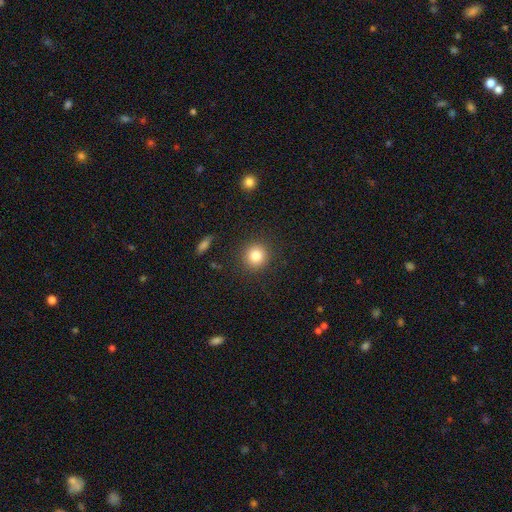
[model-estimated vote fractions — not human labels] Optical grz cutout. It shows a smooth galaxy with no disk features (83%) that is round (92%). Merging: none (90%).